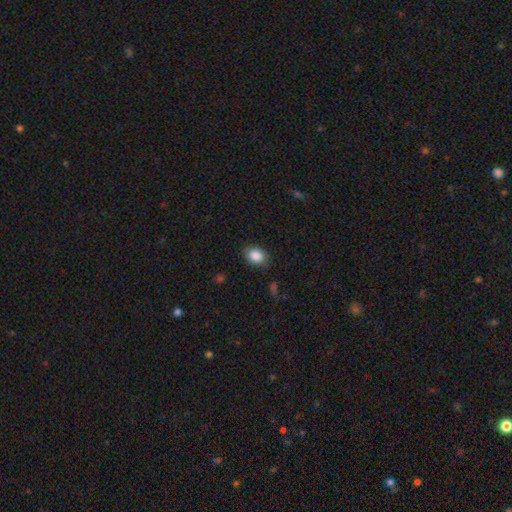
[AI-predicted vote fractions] A smooth galaxy with no disk features (88%) that is in between round and cigar-shaped (63%).

Vote fractions:
- Smooth or featured? smooth: 88% / star or artifact: 8% / featured or disk: 4%
- How rounded? in between: 63% / round: 36% / cigar-shaped: 1%
- Merging? none: 84% / minor disturbance: 12% / major disturbance: 3% / merger: 1%